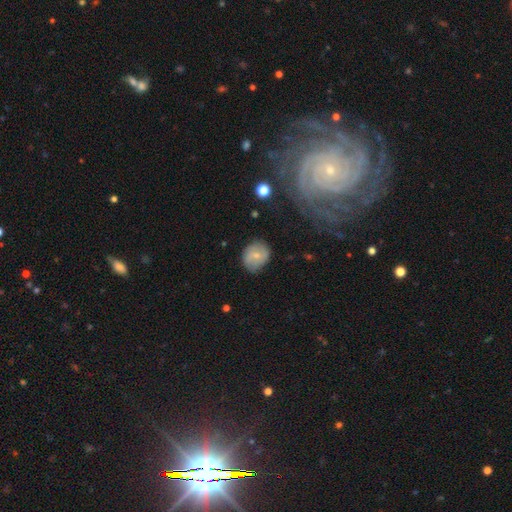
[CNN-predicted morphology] This appears to be a smooth galaxy with no disk features (64%) that is round (63%). Merging: none (75%).